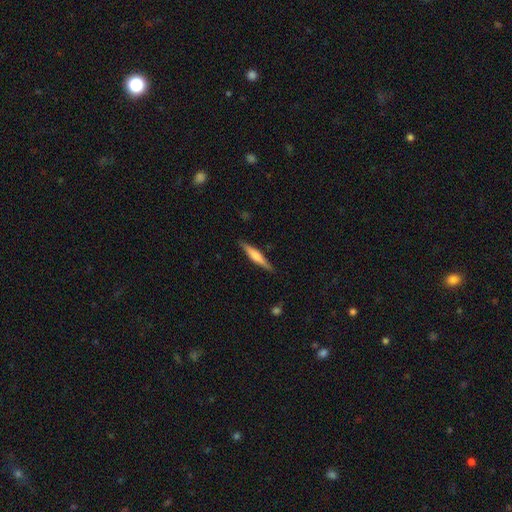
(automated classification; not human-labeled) A smooth galaxy with no disk features (48%).

Vote fractions:
- Smooth or featured? smooth: 48% / featured or disk: 46% / star or artifact: 6%
- Merging? none: 88% / minor disturbance: 9% / major disturbance: 2% / merger: 1%